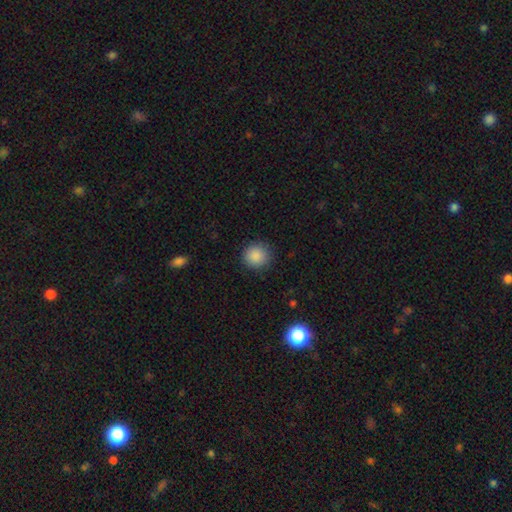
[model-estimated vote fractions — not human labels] smooth_or_featured: smooth (p=0.88) [alt: star or artifact p=0.09]
how_rounded: round (p=0.93) [alt: in between p=0.06]
merging: none (p=0.89) [alt: minor disturbance p=0.07]